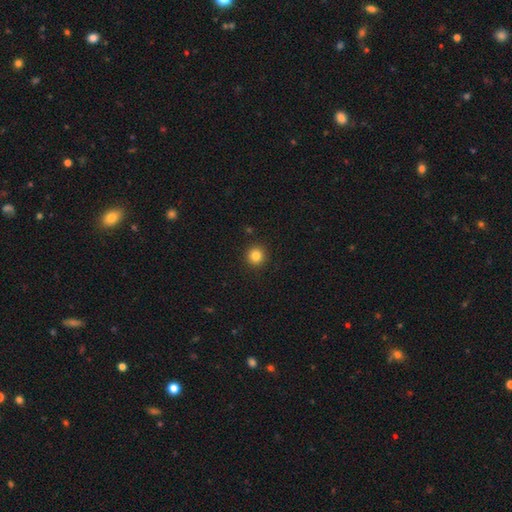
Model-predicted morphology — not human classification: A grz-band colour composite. It shows a smooth galaxy with no disk features (83%) that is round (95%). Merging: none (93%).